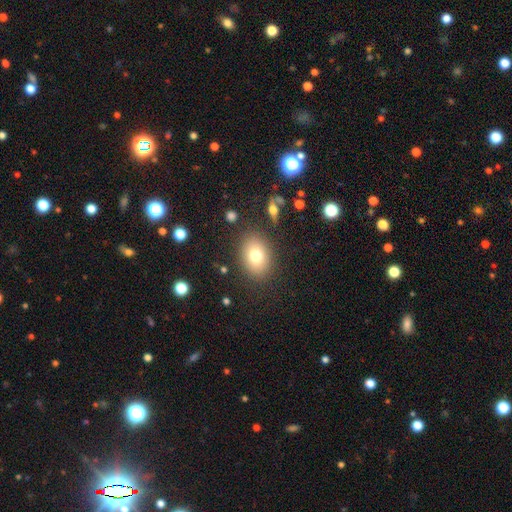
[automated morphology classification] This is likely a smooth galaxy (77%). How rounded: likely in between (70%). Merging: clearly none (84%).